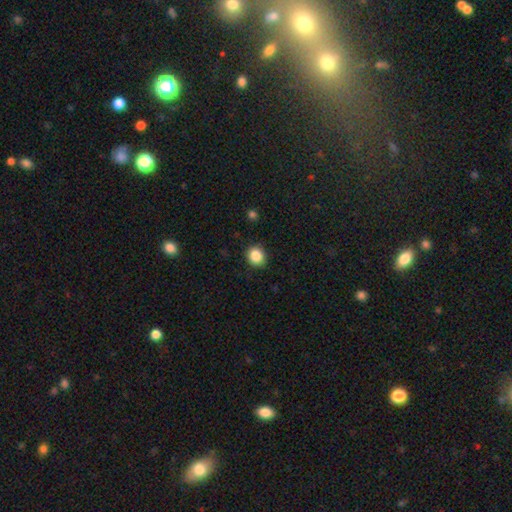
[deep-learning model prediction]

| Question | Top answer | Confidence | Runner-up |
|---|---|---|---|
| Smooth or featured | smooth | 86% | star or artifact (10%) |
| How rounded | round | 78% | in between (21%) |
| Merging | none | 89% | minor disturbance (8%) |